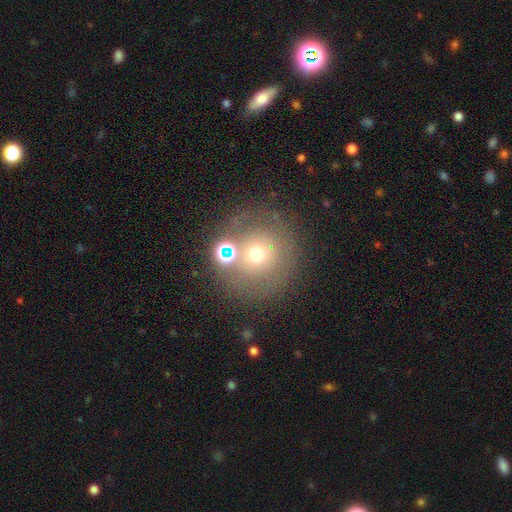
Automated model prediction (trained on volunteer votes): Morphology: type=smooth (47%); merging=none (62%).